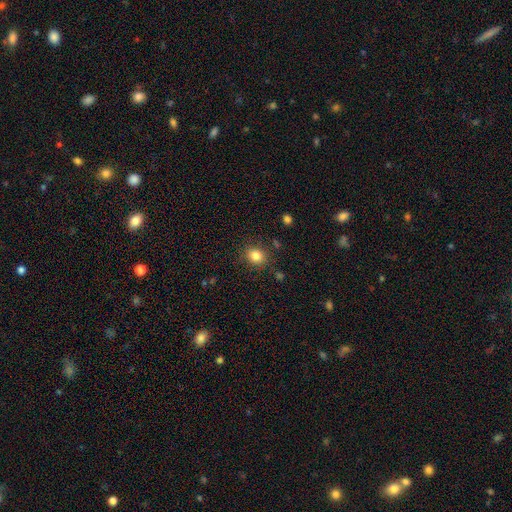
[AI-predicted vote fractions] Morphology: type=smooth (84%); roundness=round (68%); merging=none (85%).